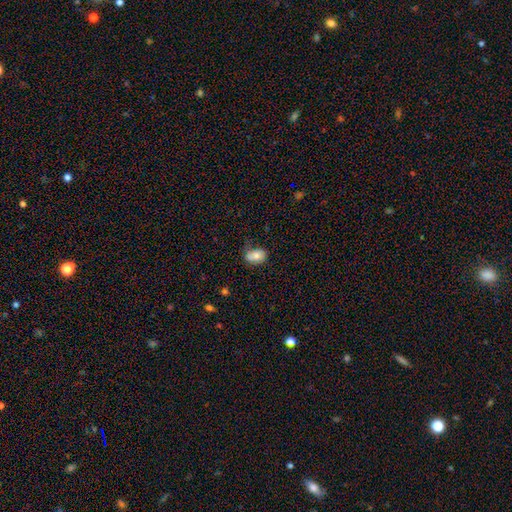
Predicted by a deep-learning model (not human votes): Q: Smooth or featured?
A: smooth (74%); runner-up: featured or disk (17%)
Q: How rounded?
A: in between (78%); runner-up: round (20%)
Q: Merging?
A: none (53%); runner-up: minor disturbance (30%)